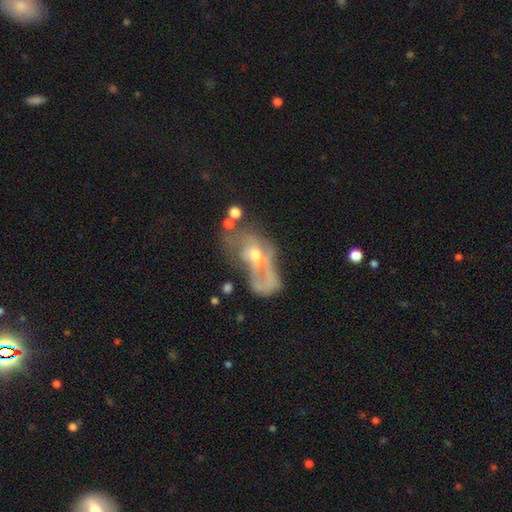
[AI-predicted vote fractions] Smooth or featured? featured or disk (61%)
Edge-on disk? no (92%)
Bar? no (77%)
Spiral arms? no (63%)
Bulge size? small (46%)
Merging? major disturbance (37%)